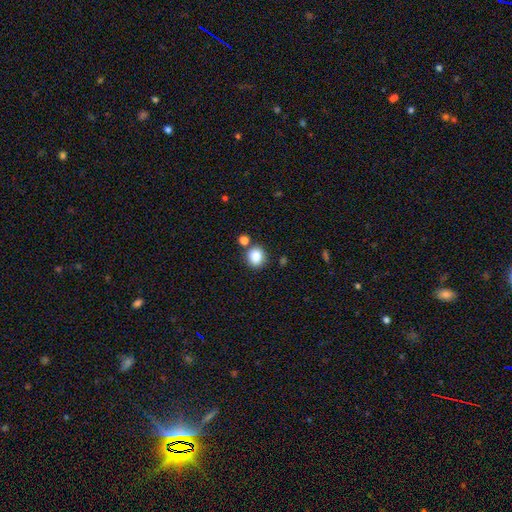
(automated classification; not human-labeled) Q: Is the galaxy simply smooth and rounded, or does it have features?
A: smooth — 84%.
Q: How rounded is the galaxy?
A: round — 80%.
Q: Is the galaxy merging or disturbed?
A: none — 79%.